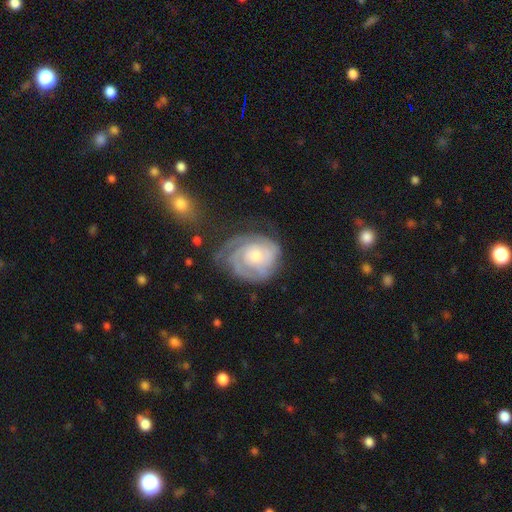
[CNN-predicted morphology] smooth-or-featured: featured or disk: 80% | smooth: 14% | star or artifact: 6%
  disk-edge-on: no: 98% | yes: 2%
    bar: no: 75% | weak: 21% | strong: 4%
    has-spiral-arms: yes: 94% | no: 6%
      spiral-winding: tight: 72% | medium: 22% | loose: 6%
      spiral-arm-count: can't tell: 31% | 2: 29% | 3: 22% | 1: 9% | 4: 6% | more than 4: 4%
    bulge-size: moderate: 45% (tied) | small: 45% (tied) | large: 5% | none: 3% | dominant: 1%
  merging: none: 62% | minor disturbance: 23% | major disturbance: 13% | merger: 2%